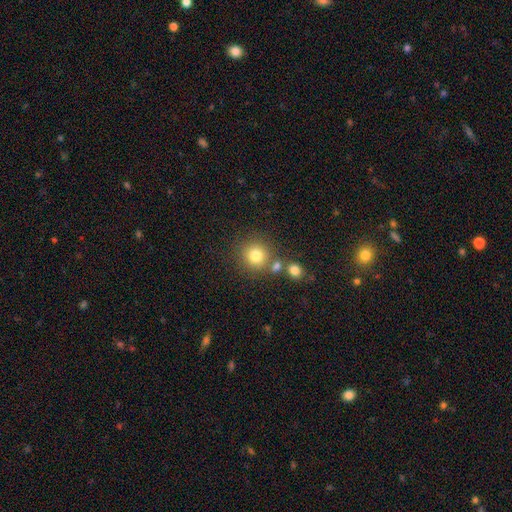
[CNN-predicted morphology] The model was most divided on "merging": none: 73%, merger: 14%, minor disturbance: 9%, major disturbance: 4%. More confident: how rounded — round (91%); smooth or featured — smooth (79%).